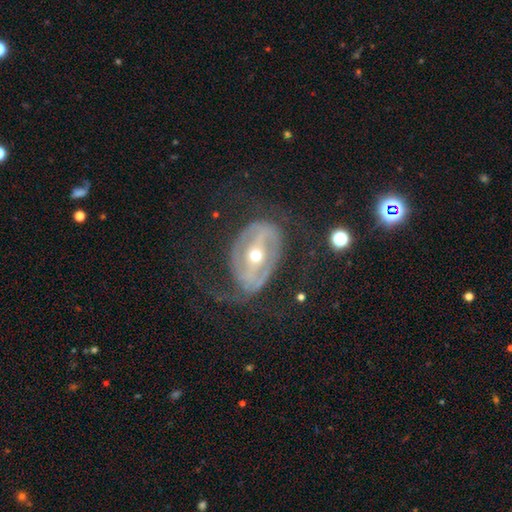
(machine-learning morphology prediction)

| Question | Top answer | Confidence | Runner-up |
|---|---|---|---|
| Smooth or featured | featured or disk | 83% | smooth (11%) |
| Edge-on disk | no | 95% | yes (5%) |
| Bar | strong | 56% | weak (26%) |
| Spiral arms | yes | 74% | no (26%) |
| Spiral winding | medium | 41% | loose (30%) |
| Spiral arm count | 2 | 80% | can't tell (11%) |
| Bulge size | moderate | 50% | small (46%) |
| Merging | none | 53% | major disturbance (27%) |